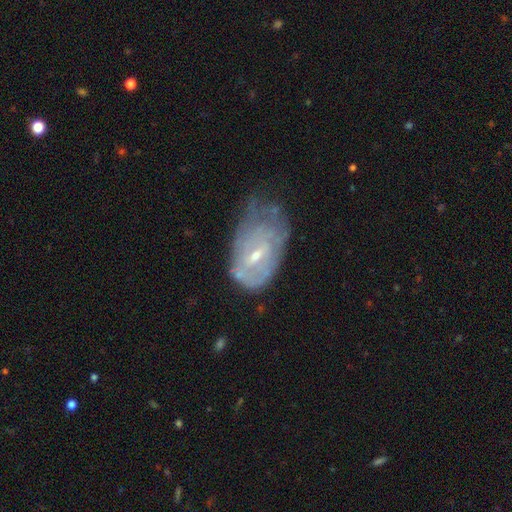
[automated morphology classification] A featured or disk galaxy (66%) with a weak bar (53%), spiral arms (54%) and a small central bulge (60%). Merging: minor disturbance (36%).